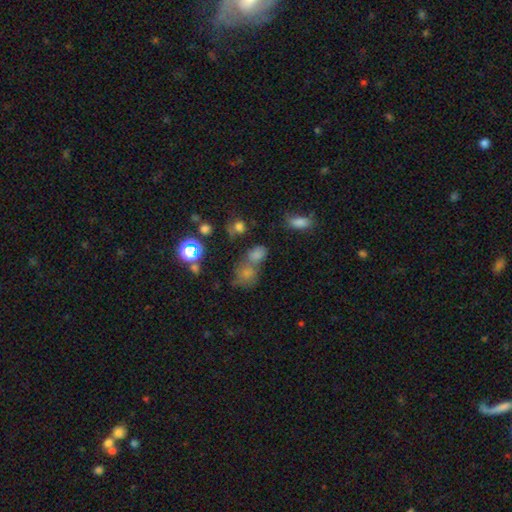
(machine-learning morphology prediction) type=smooth (68%); roundness=in between (57%); merging=merger (44%).